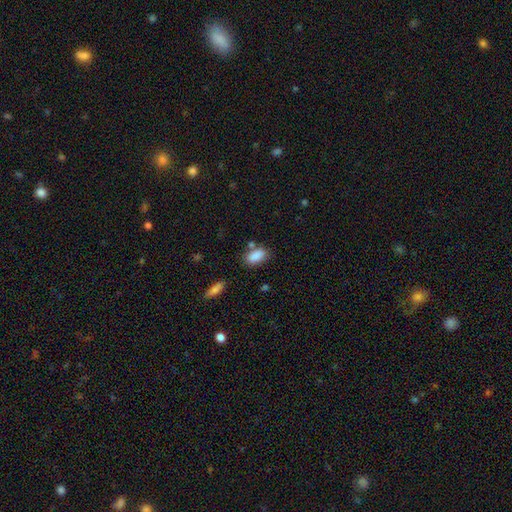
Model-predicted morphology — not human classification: A smooth galaxy with no disk features (88%) that is in between round and cigar-shaped (91%).

Vote fractions:
- Smooth or featured? smooth: 88% / star or artifact: 8% / featured or disk: 5%
- How rounded? in between: 91% / round: 5% / cigar-shaped: 4%
- Merging? none: 69% / minor disturbance: 16% / merger: 11% / major disturbance: 5%